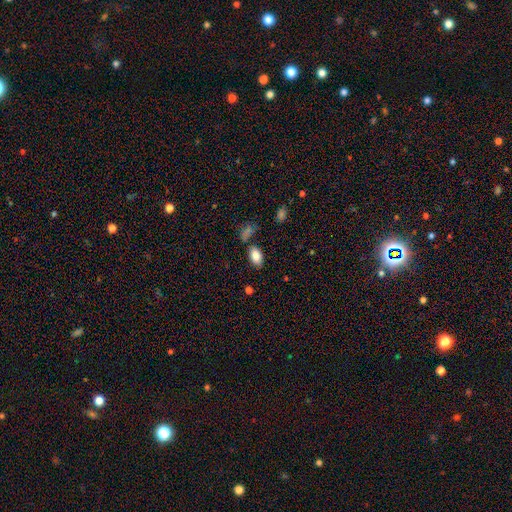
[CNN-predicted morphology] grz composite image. It shows a smooth galaxy with no disk features (85%) that is in between round and cigar-shaped (93%). Merging: none (76%).